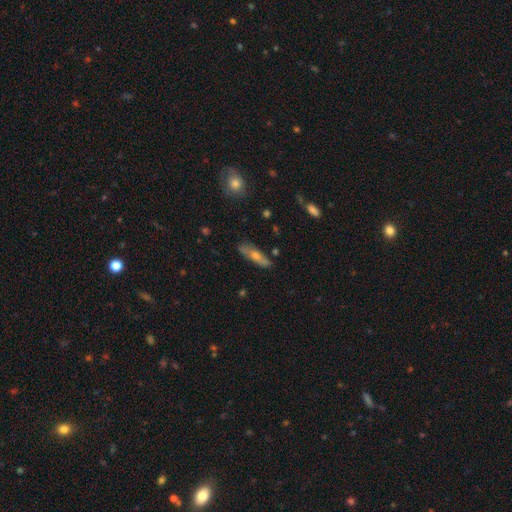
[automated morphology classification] This is possibly a smooth galaxy (47%). Merging: clearly none (80%).